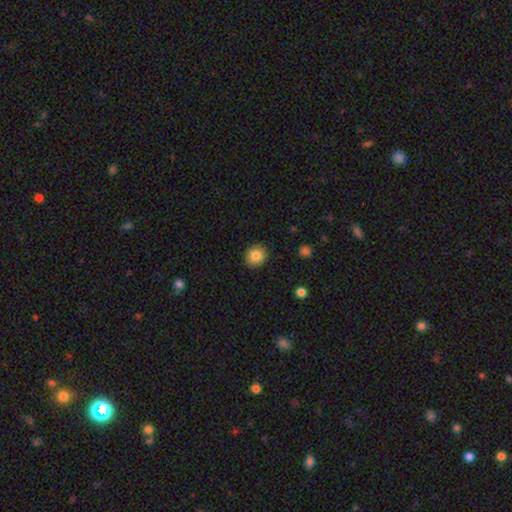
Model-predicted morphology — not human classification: Smooth or featured? Predicted: smooth (p=0.84). How rounded? Predicted: round (p=0.78). Merging? Predicted: none (p=0.90).